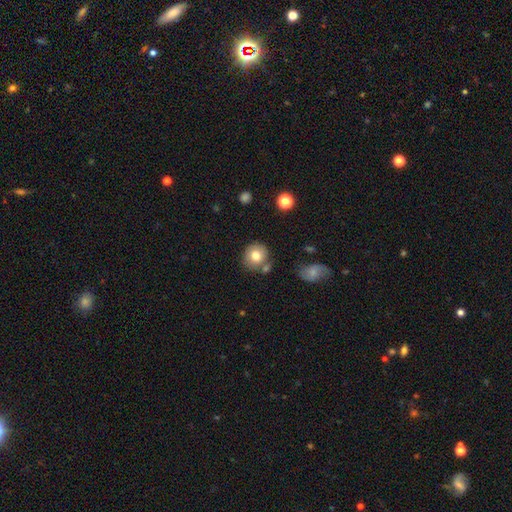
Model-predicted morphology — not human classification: Q: Smooth or featured?
A: smooth (76%); runner-up: featured or disk (15%)
Q: How rounded?
A: round (87%); runner-up: in between (12%)
Q: Merging?
A: none (74%); runner-up: minor disturbance (12%)